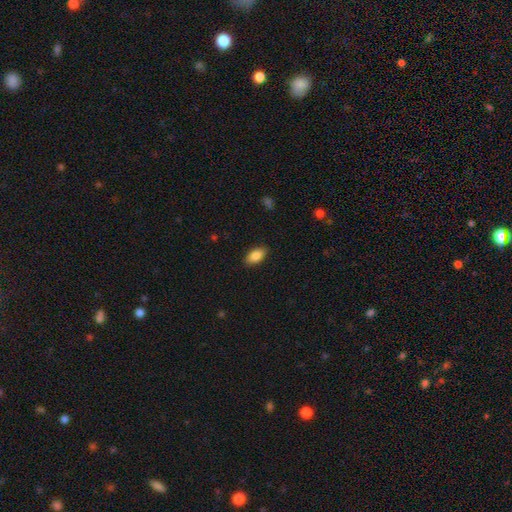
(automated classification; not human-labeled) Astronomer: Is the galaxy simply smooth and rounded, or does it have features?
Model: smooth — 85%.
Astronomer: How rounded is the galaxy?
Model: in between — 92%.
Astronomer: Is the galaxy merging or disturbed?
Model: none — 88%.